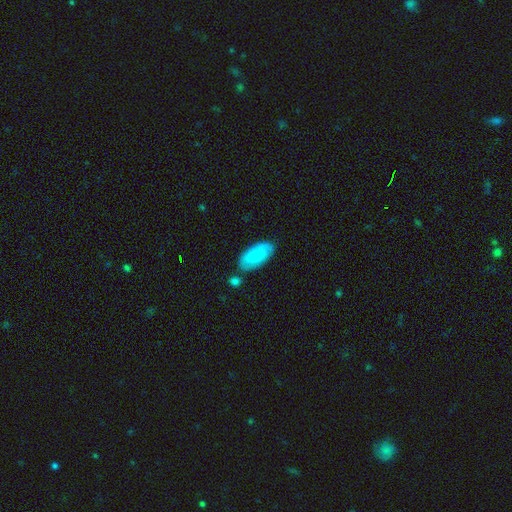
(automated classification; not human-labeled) This is likely a smooth galaxy (72%). How rounded: clearly in between (93%). Merging: likely none (74%).